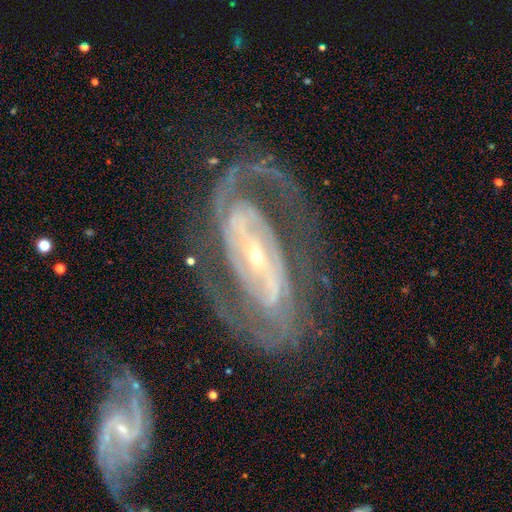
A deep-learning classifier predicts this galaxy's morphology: A featured or disk galaxy (90%) with a strong bar (45%), 2 (70%) tight (46%) spiral arms (94%) and a small central bulge (74%).

Vote fractions:
- Smooth or featured? featured or disk: 90% / star or artifact: 5% / smooth: 5%
- Edge-on disk? no: 95% / yes: 5%
- Bar? strong: 45% / weak: 29% / no: 26%
- Spiral arms? yes: 94% / no: 6%
- Spiral winding? tight: 46% / medium: 41% / loose: 12%
- Spiral arm count? 2: 70% / can't tell: 12% / 3: 7% / 1: 4% / 4: 3% / more than 4: 3%
- Bulge size? small: 74% / moderate: 22% / large: 2% / none: 1% / dominant: 1%
- Merging? none: 64% / minor disturbance: 16% / major disturbance: 15% / merger: 6%